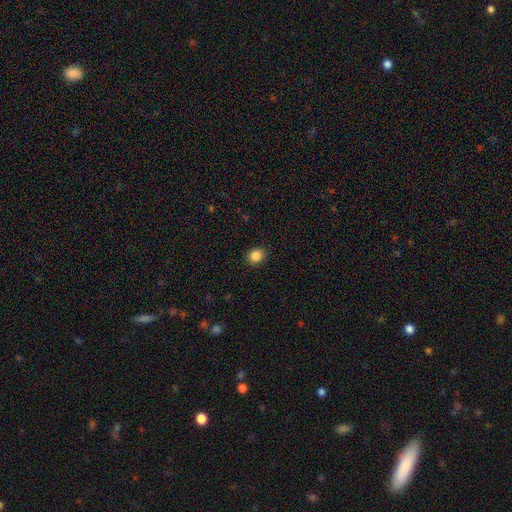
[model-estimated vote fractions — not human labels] smooth 86%, star or artifact 11%, featured or disk 3%. Down the decision tree: how rounded — round (79%); merging — none (90%).